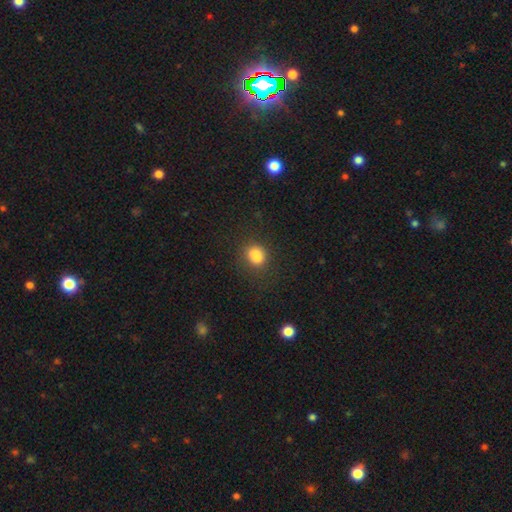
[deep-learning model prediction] The model was most divided on "how rounded": round: 62%, in between: 37%, cigar-shaped: 1%. More confident: smooth or featured — smooth (79%); merging — none (61%).